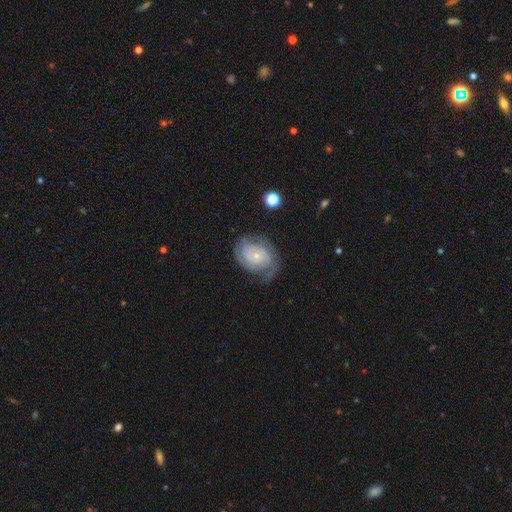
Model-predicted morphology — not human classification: smooth_or_featured: featured or disk (p=0.75) [alt: smooth p=0.19]
disk_edge_on: no (p=0.97) [alt: yes p=0.03]
bar: no (p=0.77) [alt: weak p=0.20]
has_spiral_arms: yes (p=0.89) [alt: no p=0.11]
spiral_winding: tight (p=0.60) [alt: medium p=0.30]
spiral_arm_count: 2 (p=0.44) [alt: can't tell p=0.32]
bulge_size: small (p=0.76) [alt: moderate p=0.18]
merging: none (p=0.60) [alt: minor disturbance p=0.23]